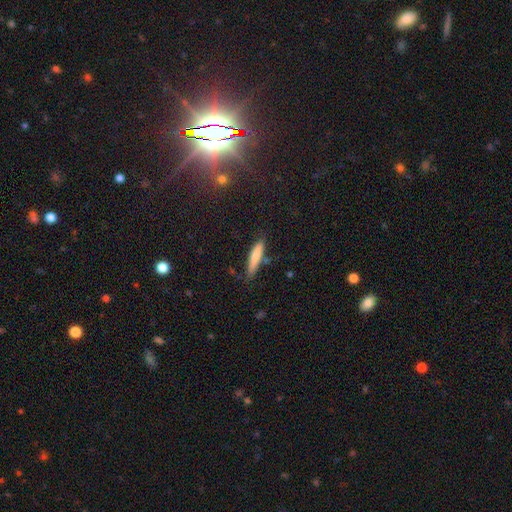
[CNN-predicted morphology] smooth-or-featured: smooth: 76% | featured or disk: 18% | star or artifact: 7%
  how-rounded: cigar-shaped: 84% | in between: 15% | round: 2%
  merging: none: 75% | minor disturbance: 16% | merger: 5% | major disturbance: 3%